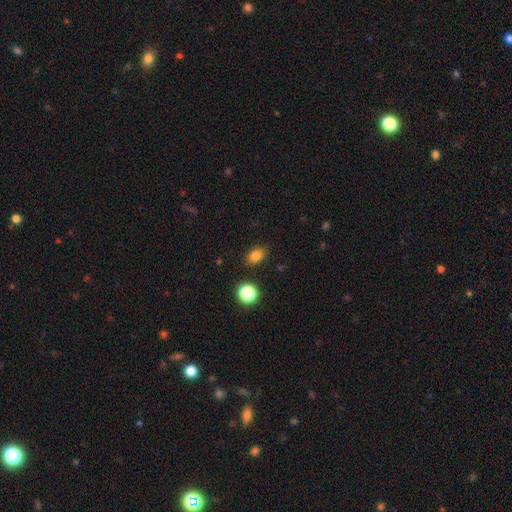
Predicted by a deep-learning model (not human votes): smooth-or-featured: smooth: 81% | star or artifact: 13% | featured or disk: 6%
  how-rounded: in between: 74% | round: 24% | cigar-shaped: 2%
  merging: none: 85% | minor disturbance: 10% | major disturbance: 3% | merger: 3%